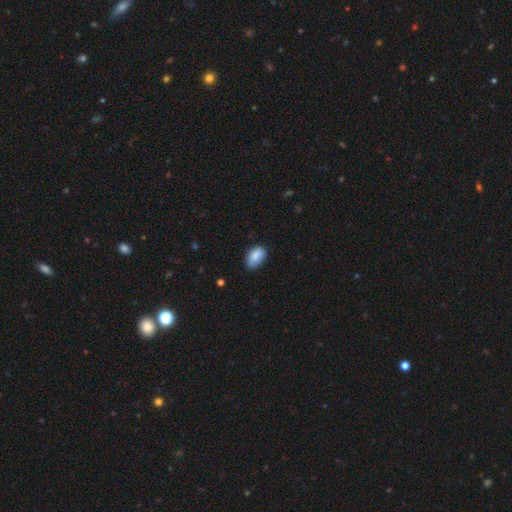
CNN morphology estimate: Smooth or featured? smooth (88%)
How rounded? in between (92%)
Merging? none (76%)